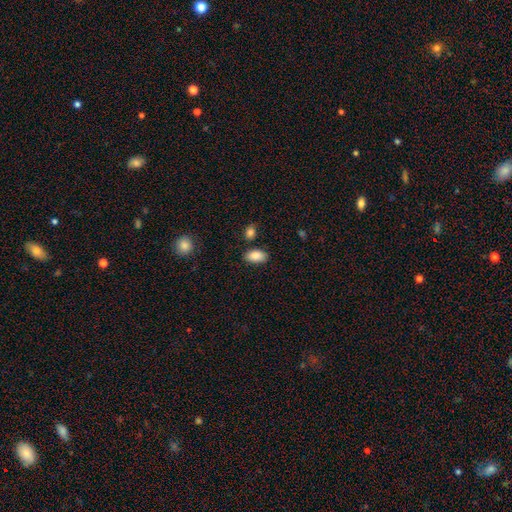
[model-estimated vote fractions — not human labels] Overall: smooth (87%). How rounded: in between (93%). Merging: none (83%).